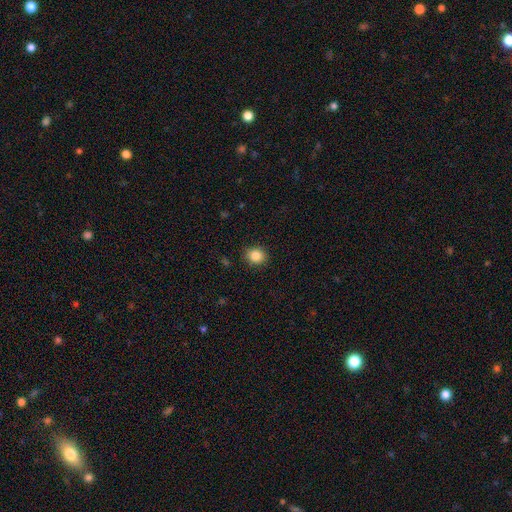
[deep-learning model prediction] Smooth or featured?
  - smooth: 85% *
  - star or artifact: 10%
  - featured or disk: 5%
How rounded?
  - round: 73% *
  - in between: 26%
  - cigar-shaped: 1%
Merging?
  - none: 87% *
  - minor disturbance: 9%
  - major disturbance: 2%
  - merger: 1%